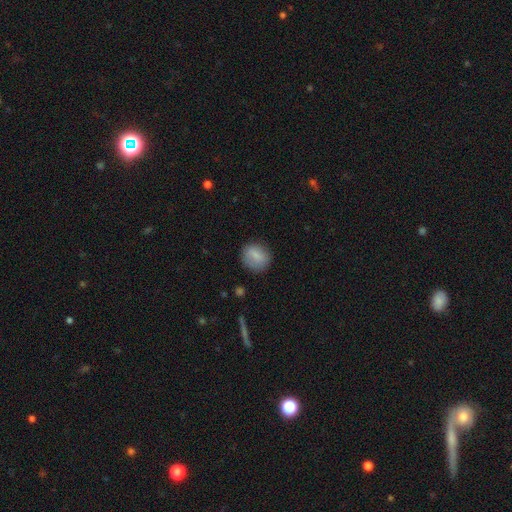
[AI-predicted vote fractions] A smooth galaxy with no disk features (78%) that is round (66%). Merging: none (81%).